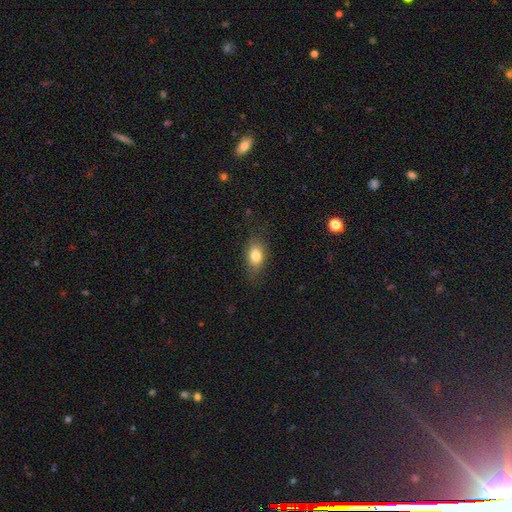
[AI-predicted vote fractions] Smooth or featured: smooth — 80% (featured or disk — 10%)
How rounded: in between — 77% (round — 20%)
Merging: none — 78% (minor disturbance — 16%)